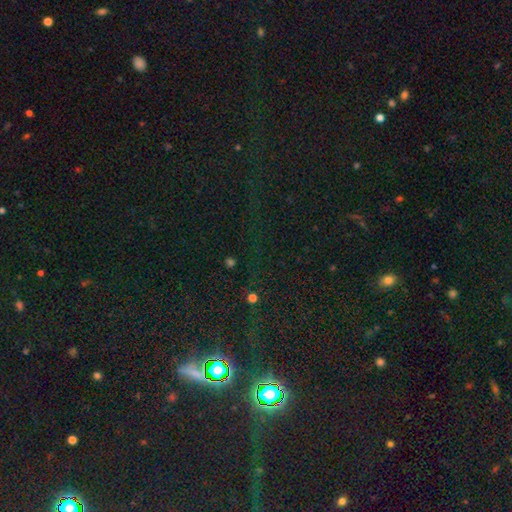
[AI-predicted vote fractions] This is likely a star or artifact rather than a galaxy (79%).